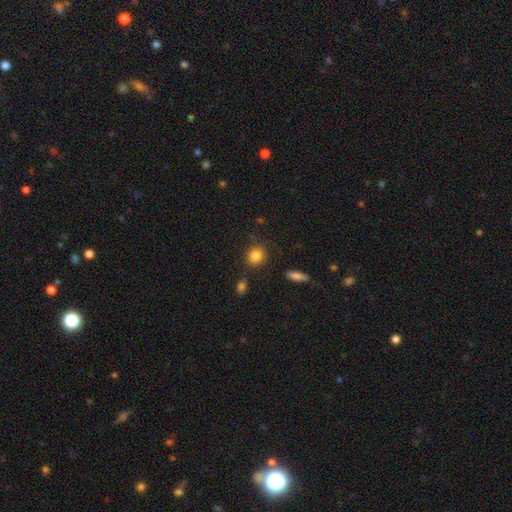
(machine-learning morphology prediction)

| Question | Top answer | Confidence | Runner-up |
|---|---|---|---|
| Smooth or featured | smooth | 84% | star or artifact (10%) |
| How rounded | round | 74% | in between (25%) |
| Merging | none | 80% | minor disturbance (13%) |